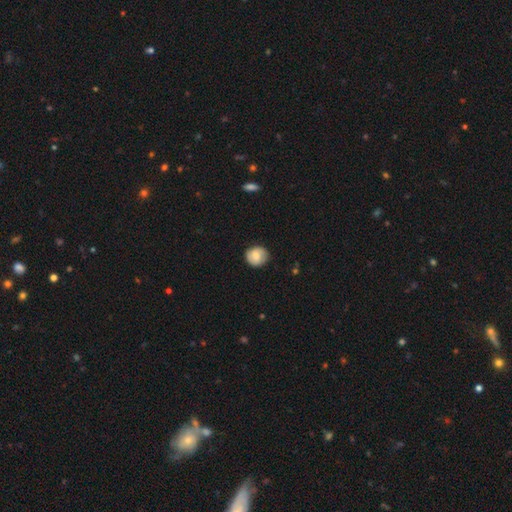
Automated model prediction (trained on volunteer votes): A smooth galaxy with no disk features (73%) that is round (83%).

Vote fractions:
- Smooth or featured? smooth: 73% / featured or disk: 19% / star or artifact: 7%
- How rounded? round: 83% / in between: 16% / cigar-shaped: 1%
- Merging? none: 81% / minor disturbance: 15% / major disturbance: 3% / merger: 1%